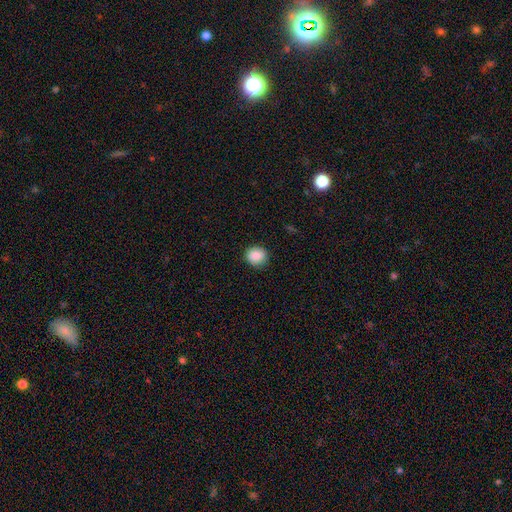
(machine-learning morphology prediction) Smooth or featured: smooth — 88% (star or artifact — 8%)
How rounded: round — 81% (in between — 18%)
Merging: none — 88% (minor disturbance — 8%)